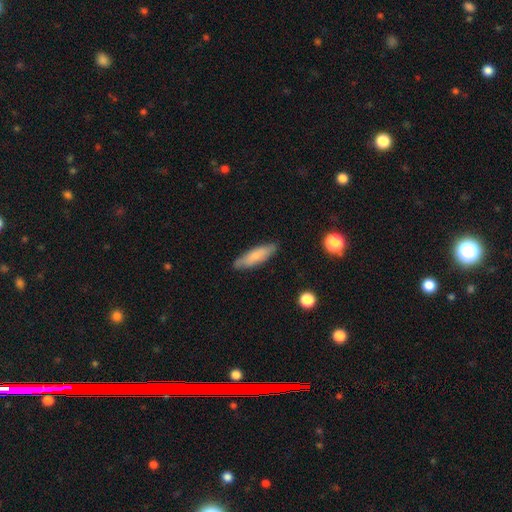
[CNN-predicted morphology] This is likely a smooth galaxy (72%). How rounded: likely cigar-shaped (63%). Merging: clearly none (85%).